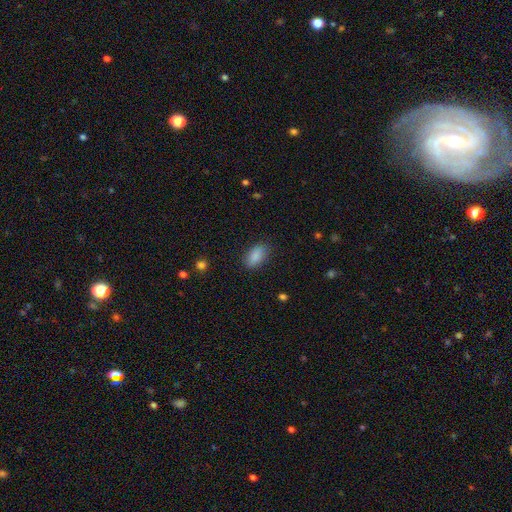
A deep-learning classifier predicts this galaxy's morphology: Overall: smooth (87%). How rounded: in between (91%). Merging: none (83%).